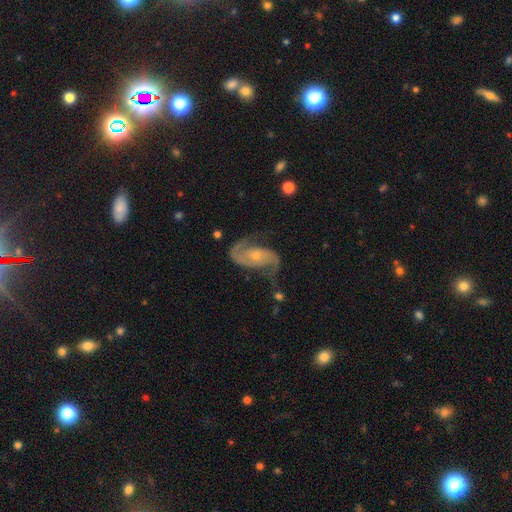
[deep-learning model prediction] Smooth or featured? featured or disk (89%)
Edge-on disk? no (97%)
Bar? no (59%)
Spiral arms? yes (97%)
Spiral winding? medium (50%)
Spiral arm count? 2 (92%)
Bulge size? small (61%)
Merging? none (67%)